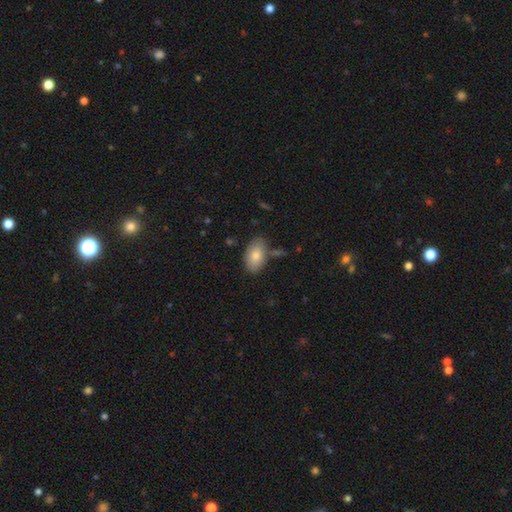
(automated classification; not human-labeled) smooth_or_featured: smooth (p=0.81) [alt: featured or disk p=0.12]
how_rounded: in between (p=0.93) [alt: round p=0.05]
merging: none (p=0.75) [alt: minor disturbance p=0.16]